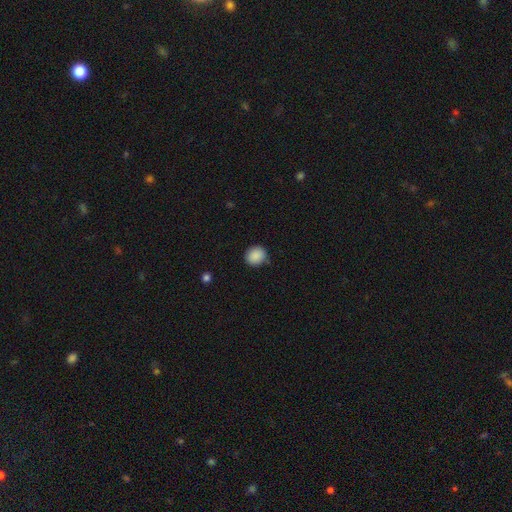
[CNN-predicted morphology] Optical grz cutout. It shows a smooth galaxy with no disk features (89%) that is round (80%). Merging: none (83%).